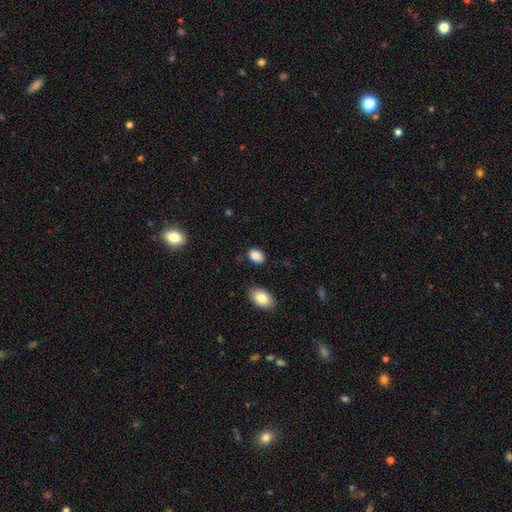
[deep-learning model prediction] This appears to be a smooth galaxy with no disk features (87%) that is in between round and cigar-shaped (82%). Merging: none (78%).